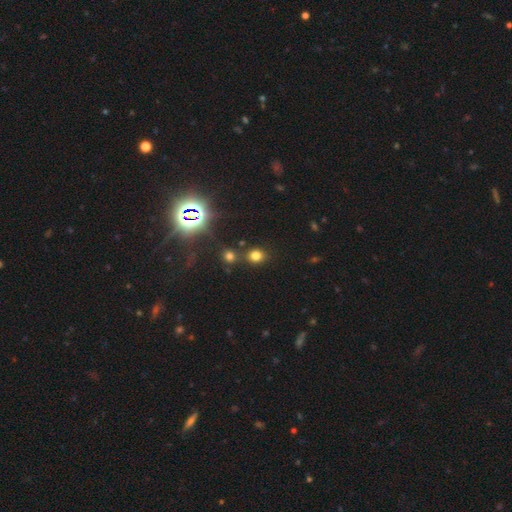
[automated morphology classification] Smooth or featured? Predicted: smooth (p=0.69). How rounded? Predicted: round (p=0.73). Merging? Predicted: none (p=0.76).